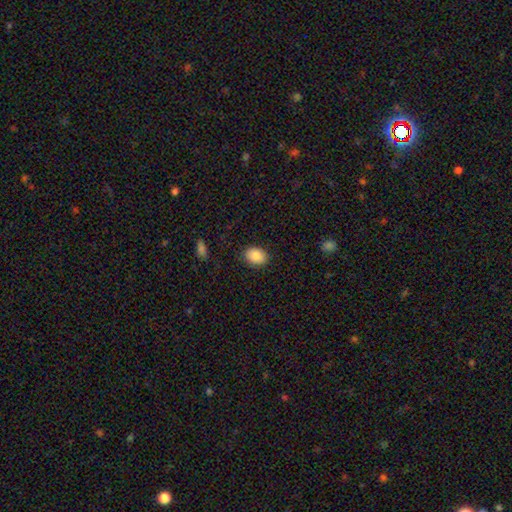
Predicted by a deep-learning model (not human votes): Smooth or featured?
  - smooth: 87% *
  - star or artifact: 8%
  - featured or disk: 6%
How rounded?
  - in between: 70% *
  - round: 29%
  - cigar-shaped: 1%
Merging?
  - none: 87% *
  - minor disturbance: 9%
  - major disturbance: 2%
  - merger: 1%